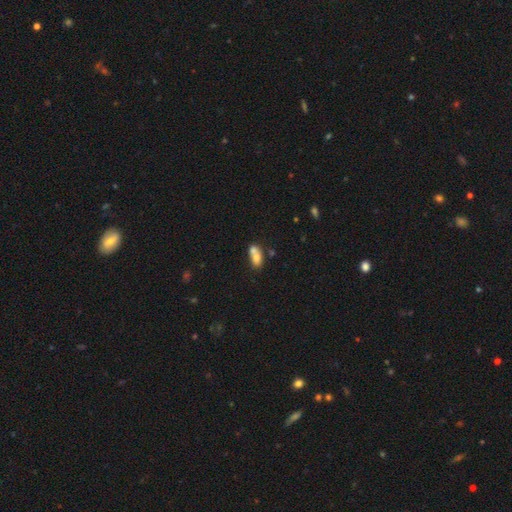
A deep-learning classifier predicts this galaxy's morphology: Smooth or featured: smooth — 71% (featured or disk — 19%)
How rounded: in between — 76% (round — 18%)
Merging: merger — 63% (none — 24%)